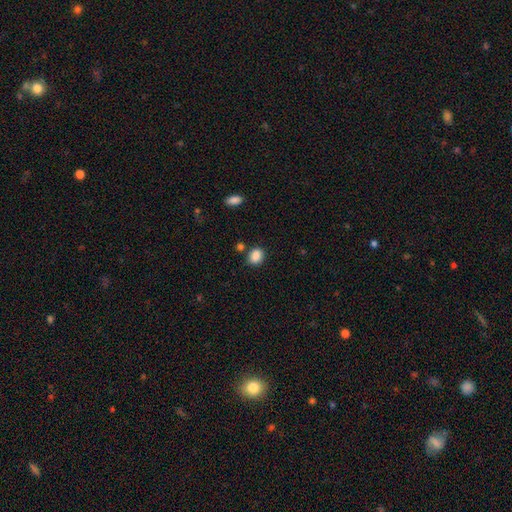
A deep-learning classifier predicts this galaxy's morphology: A smooth galaxy with no disk features (87%) that is in between round and cigar-shaped (53%).

Vote fractions:
- Smooth or featured? smooth: 87% / star or artifact: 9% / featured or disk: 4%
- How rounded? in between: 53% / round: 46% / cigar-shaped: 1%
- Merging? none: 74% / minor disturbance: 14% / merger: 7% / major disturbance: 4%